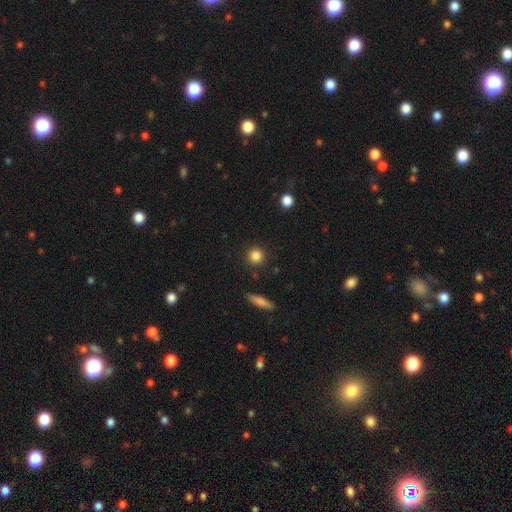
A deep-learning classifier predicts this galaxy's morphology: smooth-or-featured: smooth: 85% | star or artifact: 10% | featured or disk: 5%
  how-rounded: round: 92% | in between: 7% | cigar-shaped: 2%
  merging: none: 90% | minor disturbance: 6% | major disturbance: 2% | merger: 2%